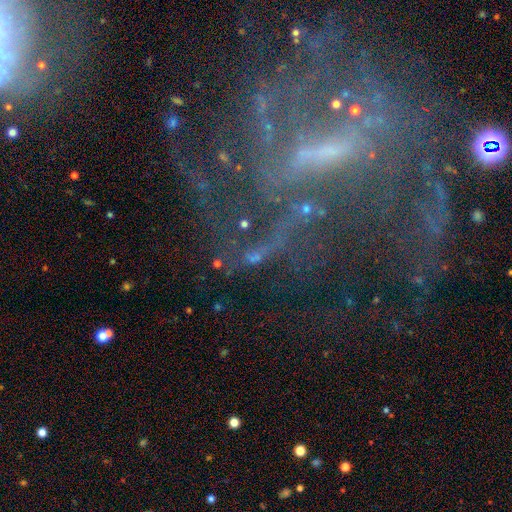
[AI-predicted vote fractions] Overall: star or artifact (43%; featured or disk 37%).